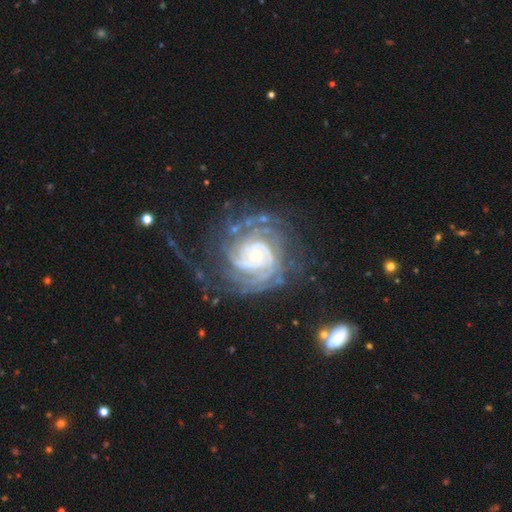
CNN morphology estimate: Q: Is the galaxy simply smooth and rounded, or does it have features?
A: featured or disk — 91%.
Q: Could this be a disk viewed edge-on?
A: no — 98%.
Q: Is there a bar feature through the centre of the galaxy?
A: no — 68%.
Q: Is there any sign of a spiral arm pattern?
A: yes — 98%.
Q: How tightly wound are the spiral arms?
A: tight — 77%.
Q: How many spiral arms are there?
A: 2 — 25%.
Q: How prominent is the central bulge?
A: small — 73%.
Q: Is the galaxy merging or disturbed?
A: none — 63%.